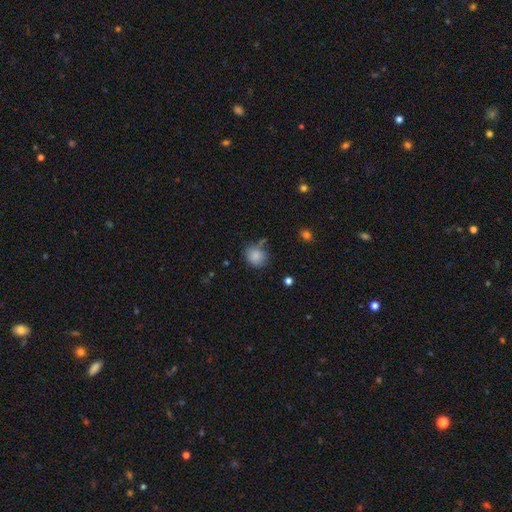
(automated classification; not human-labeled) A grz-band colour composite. It shows a smooth galaxy with no disk features (86%) that is round (71%). Merging: none (69%).